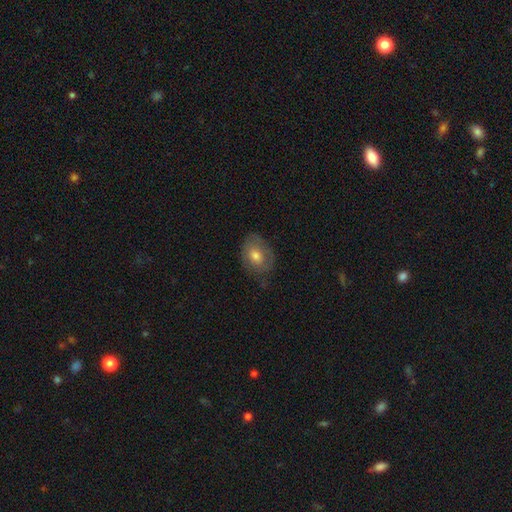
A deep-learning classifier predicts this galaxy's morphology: type=smooth (59%); roundness=in between (69%); merging=none (65%).